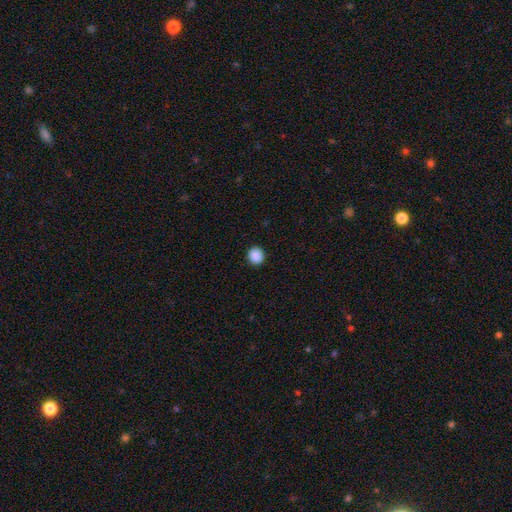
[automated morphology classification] Smooth or featured: smooth — 89% (star or artifact — 9%)
How rounded: round — 87% (in between — 12%)
Merging: none — 92% (minor disturbance — 5%)